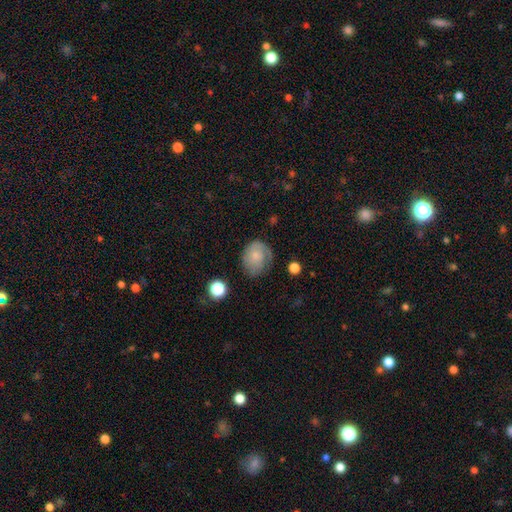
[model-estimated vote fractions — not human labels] Smooth or featured: smooth — 61% (featured or disk — 30%)
How rounded: round — 59% (in between — 40%)
Merging: none — 56% (minor disturbance — 28%)